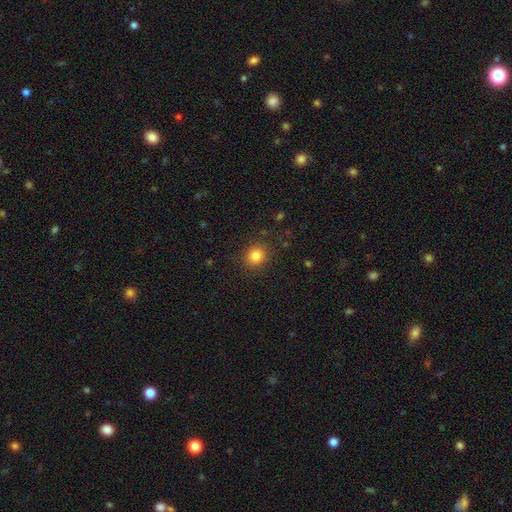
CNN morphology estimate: Q: Smooth or featured?
A: smooth (82%); runner-up: star or artifact (12%)
Q: How rounded?
A: round (80%); runner-up: in between (19%)
Q: Merging?
A: none (88%); runner-up: minor disturbance (8%)